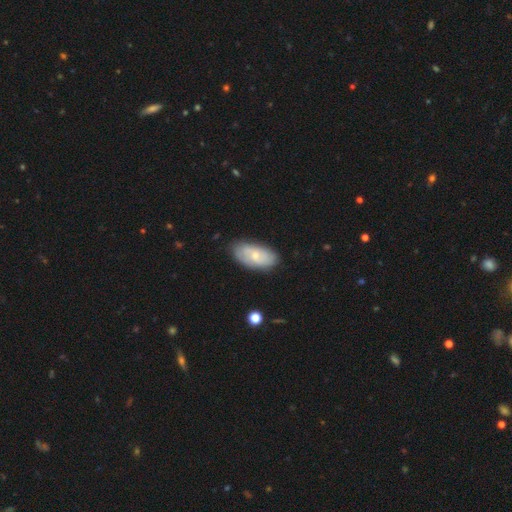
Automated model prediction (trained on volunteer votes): smooth_or_featured: smooth (p=0.54) [alt: featured or disk p=0.40]
how_rounded: in between (p=0.93) [alt: cigar-shaped p=0.04]
merging: none (p=0.78) [alt: minor disturbance p=0.17]